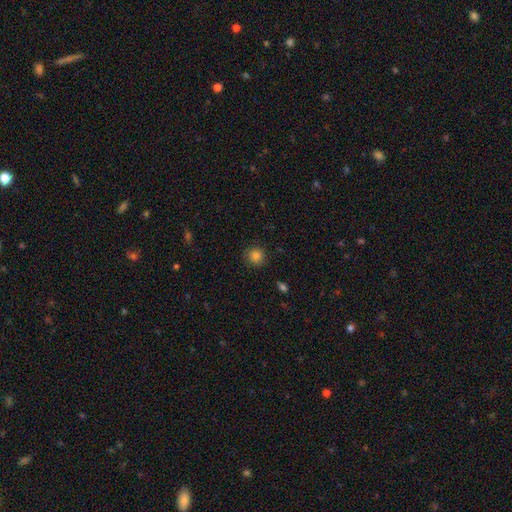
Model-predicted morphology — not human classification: A smooth galaxy with no disk features (83%) that is round (90%).

Vote fractions:
- Smooth or featured? smooth: 83% / star or artifact: 12% / featured or disk: 5%
- How rounded? round: 90% / in between: 9% / cigar-shaped: 1%
- Merging? none: 88% / minor disturbance: 9% / major disturbance: 2% / merger: 1%